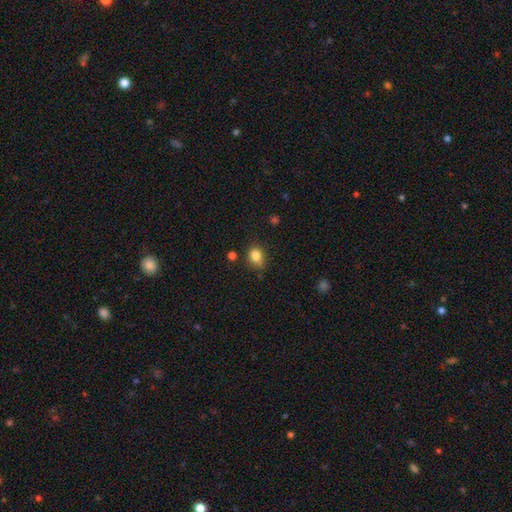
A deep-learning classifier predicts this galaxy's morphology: Smooth or featured: smooth — 82% (star or artifact — 11%)
How rounded: round — 52% (in between — 47%)
Merging: none — 66% (minor disturbance — 25%)